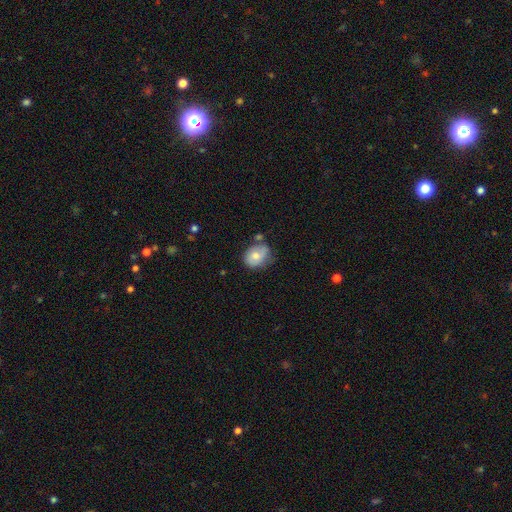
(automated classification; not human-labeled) A smooth galaxy with no disk features (64%) that is round (50%).

Vote fractions:
- Smooth or featured? smooth: 64% / featured or disk: 28% / star or artifact: 8%
- How rounded? round: 50% / in between: 49% / cigar-shaped: 1%
- Merging? none: 55% / minor disturbance: 29% / merger: 8% / major disturbance: 8%